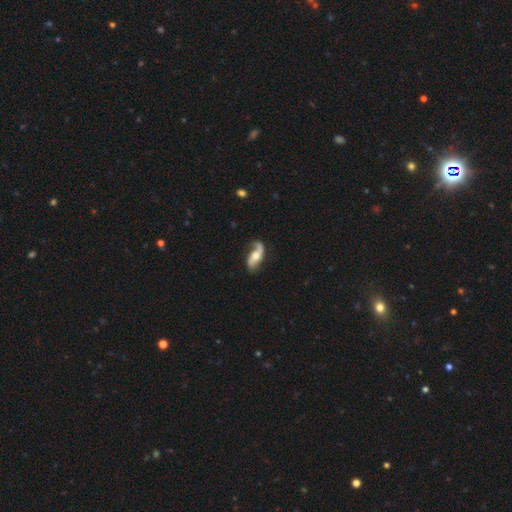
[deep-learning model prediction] Morphology: type=featured or disk (76%); edge-on=no (89%); bar=no (56%); spiral arms=yes (92%); winding=loose (76%); arm count=2 (81%); bulge=moderate (66%); merging=none (63%).